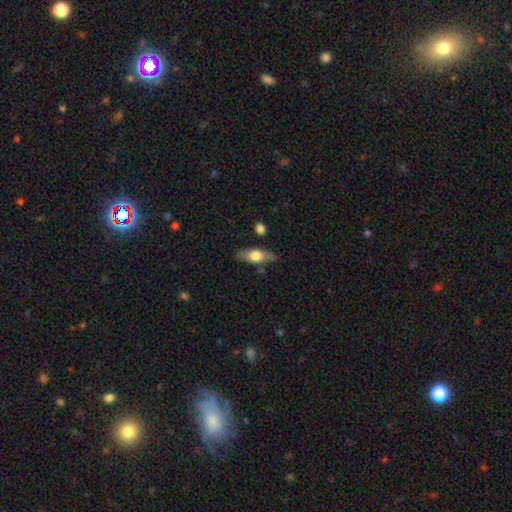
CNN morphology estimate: Smooth or featured: smooth — 53% (featured or disk — 41%)
How rounded: in between — 65% (cigar-shaped — 30%)
Merging: none — 80% (minor disturbance — 14%)